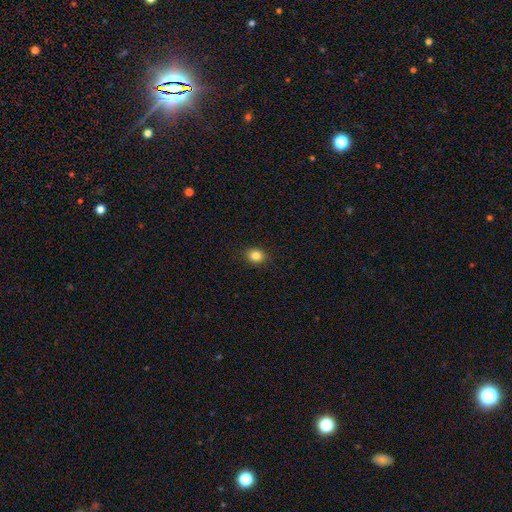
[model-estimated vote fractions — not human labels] Q: Smooth or featured?
A: smooth (83%); runner-up: star or artifact (11%)
Q: How rounded?
A: round (61%); runner-up: in between (38%)
Q: Merging?
A: none (89%); runner-up: minor disturbance (8%)